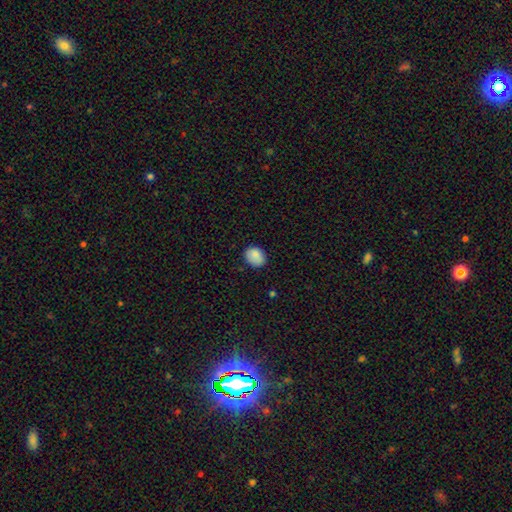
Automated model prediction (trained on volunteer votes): A smooth galaxy with no disk features (86%) that is in between round and cigar-shaped (56%).

Vote fractions:
- Smooth or featured? smooth: 86% / star or artifact: 8% / featured or disk: 6%
- How rounded? in between: 56% / round: 43% / cigar-shaped: 1%
- Merging? none: 80% / minor disturbance: 16% / major disturbance: 3% / merger: 1%